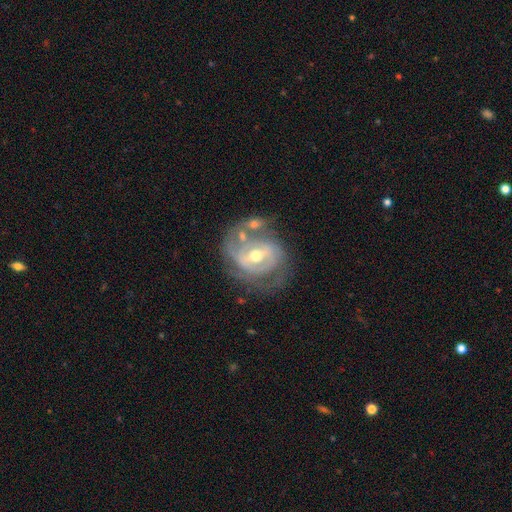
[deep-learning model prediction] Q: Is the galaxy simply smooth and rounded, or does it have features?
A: featured or disk — 83%.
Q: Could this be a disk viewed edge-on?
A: no — 97%.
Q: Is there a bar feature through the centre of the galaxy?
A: weak — 44%.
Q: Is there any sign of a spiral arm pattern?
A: yes — 82%.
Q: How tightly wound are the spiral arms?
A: tight — 50%.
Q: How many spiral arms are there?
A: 2 — 52%.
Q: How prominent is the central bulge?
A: moderate — 67%.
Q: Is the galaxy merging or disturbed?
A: none — 48%.